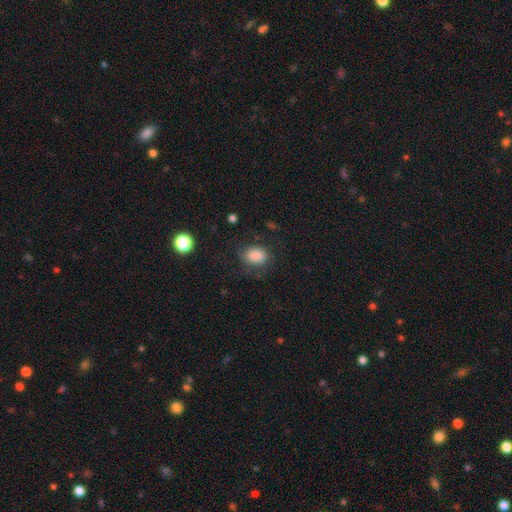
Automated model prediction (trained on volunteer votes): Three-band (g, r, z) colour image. It shows a smooth galaxy with no disk features (84%) that is in between round and cigar-shaped (77%). Merging: none (68%).